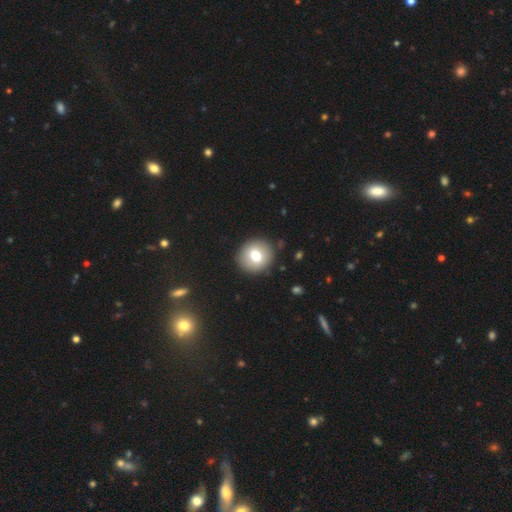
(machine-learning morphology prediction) Smooth or featured? smooth (75%)
How rounded? round (92%)
Merging? none (91%)